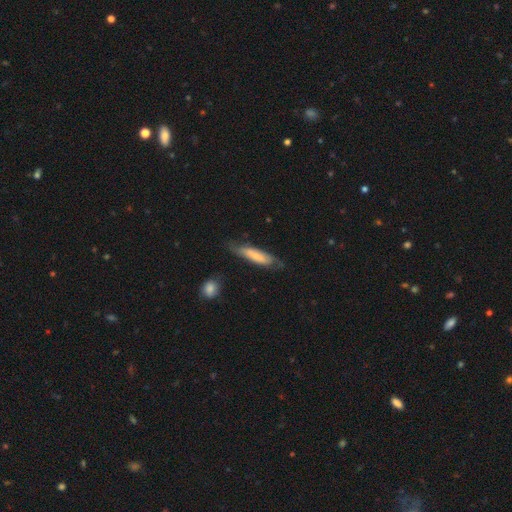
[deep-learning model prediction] Smooth or featured: smooth — 58% (featured or disk — 36%)
How rounded: cigar-shaped — 66% (in between — 32%)
Merging: none — 63% (minor disturbance — 25%)